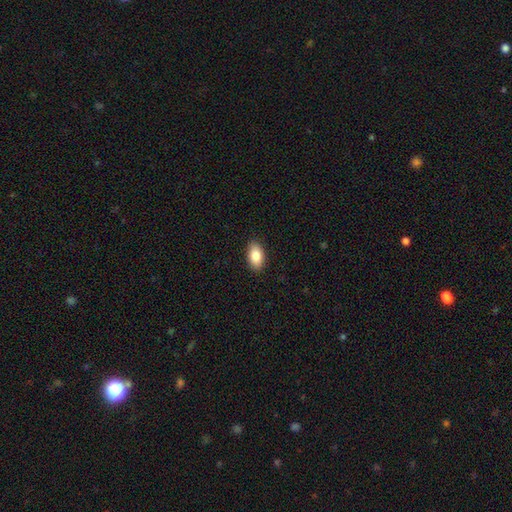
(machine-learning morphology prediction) A smooth galaxy with no disk features (86%) that is in between round and cigar-shaped (93%).

Vote fractions:
- Smooth or featured? smooth: 86% / featured or disk: 8% / star or artifact: 7%
- How rounded? in between: 93% / round: 5% / cigar-shaped: 2%
- Merging? none: 89% / minor disturbance: 8% / major disturbance: 2% / merger: 1%